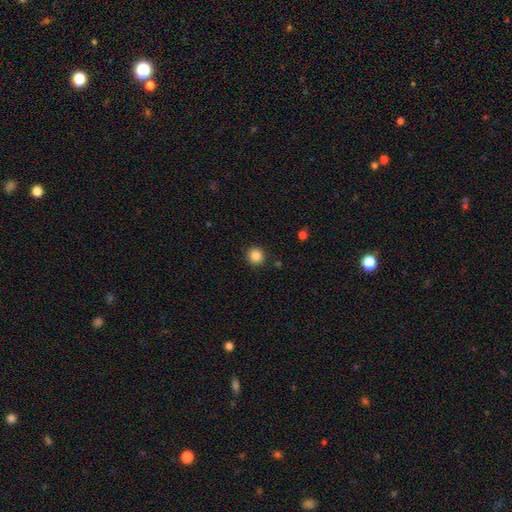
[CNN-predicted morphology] Smooth or featured?
  - smooth: 86% *
  - star or artifact: 10%
  - featured or disk: 3%
How rounded?
  - round: 94% *
  - in between: 5%
  - cigar-shaped: 1%
Merging?
  - none: 91% *
  - minor disturbance: 6%
  - major disturbance: 2%
  - merger: 1%